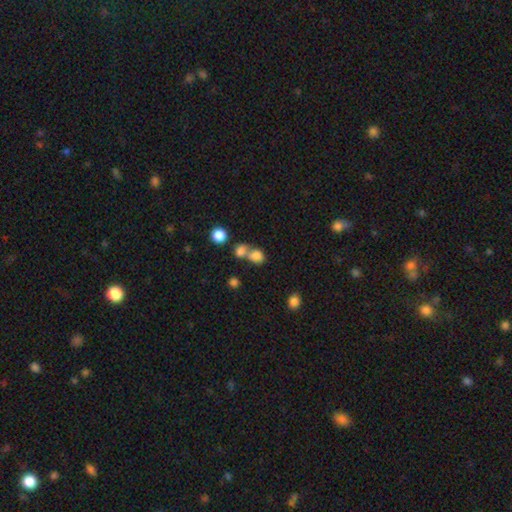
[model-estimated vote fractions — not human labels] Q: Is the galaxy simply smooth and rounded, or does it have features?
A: smooth — 81%.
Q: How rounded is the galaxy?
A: round — 63%.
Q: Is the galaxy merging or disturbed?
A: merger — 53%.